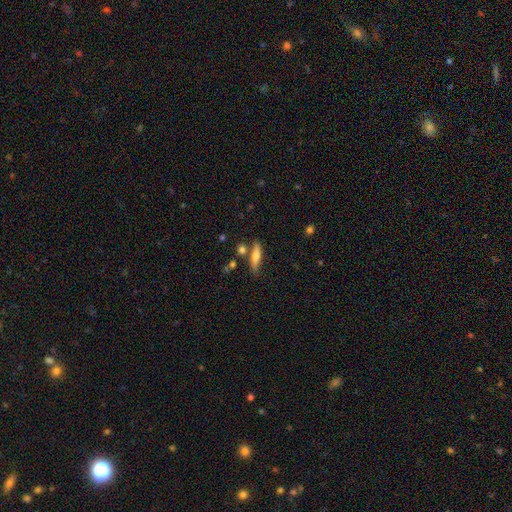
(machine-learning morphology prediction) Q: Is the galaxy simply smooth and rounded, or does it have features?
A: smooth — 63%.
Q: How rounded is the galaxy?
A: cigar-shaped — 74%.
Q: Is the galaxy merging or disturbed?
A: none — 73%.